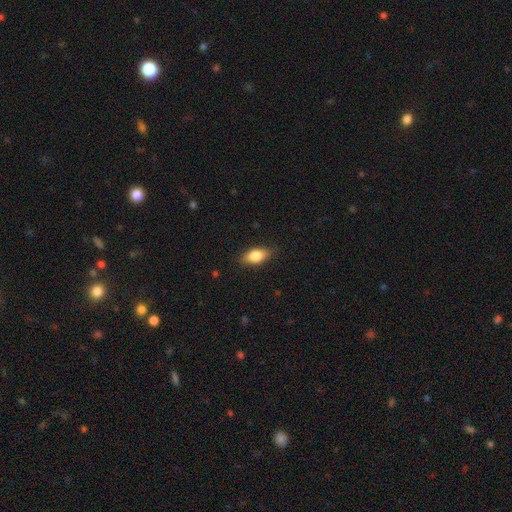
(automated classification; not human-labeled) Smooth or featured? smooth (79%)
How rounded? in between (85%)
Merging? none (84%)